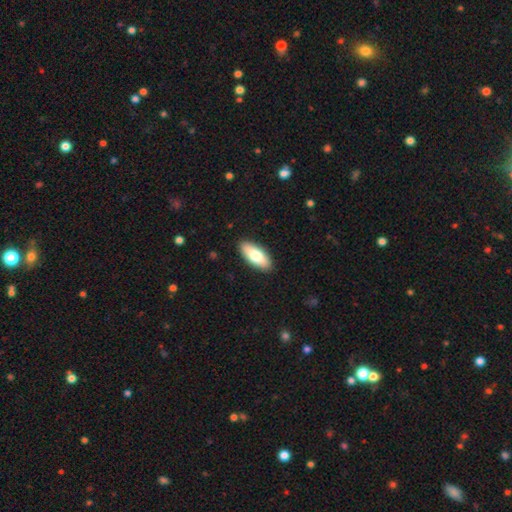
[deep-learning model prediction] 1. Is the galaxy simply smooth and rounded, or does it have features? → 73% smooth, 22% featured or disk, 5% star or artifact.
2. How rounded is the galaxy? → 83% in between, 15% cigar-shaped, 2% round.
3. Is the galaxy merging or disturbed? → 90% none, 7% minor disturbance, 2% major disturbance, 1% merger.